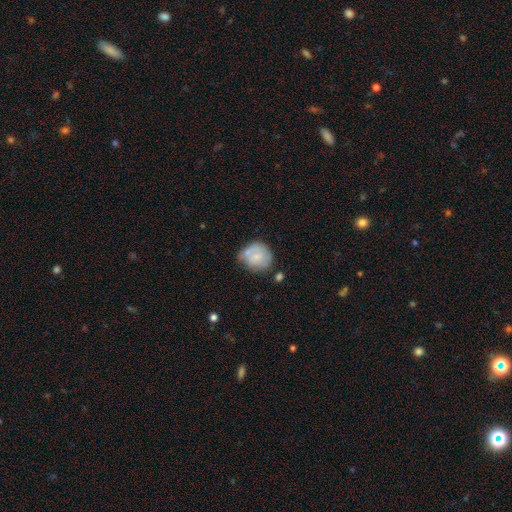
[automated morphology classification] smooth 64%, featured or disk 29%, star or artifact 7%. Down the decision tree: how rounded — round (78%); merging — none (48%).